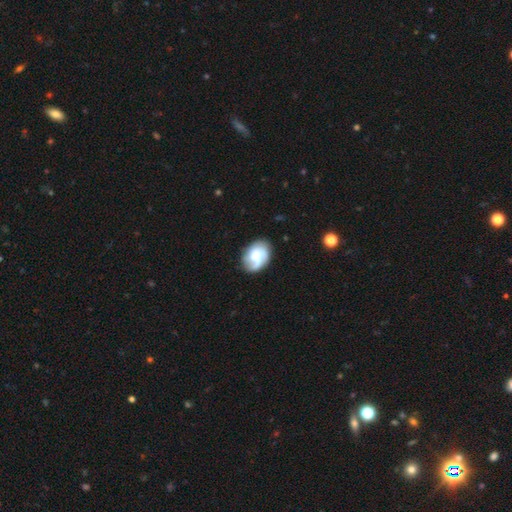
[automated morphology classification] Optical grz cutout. It shows a featured or disk galaxy (49%). Merging: none (64%).